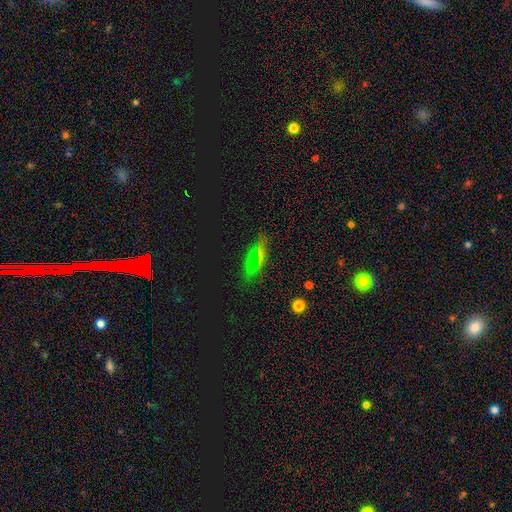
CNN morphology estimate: This is possibly a smooth galaxy (50%). How rounded: likely in between (60%). Merging: clearly none (83%).